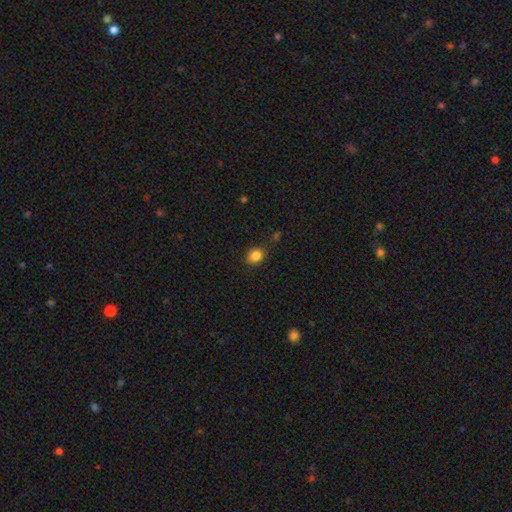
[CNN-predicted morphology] This is clearly a smooth galaxy (84%). How rounded: possibly round (59%). Merging: clearly none (83%).